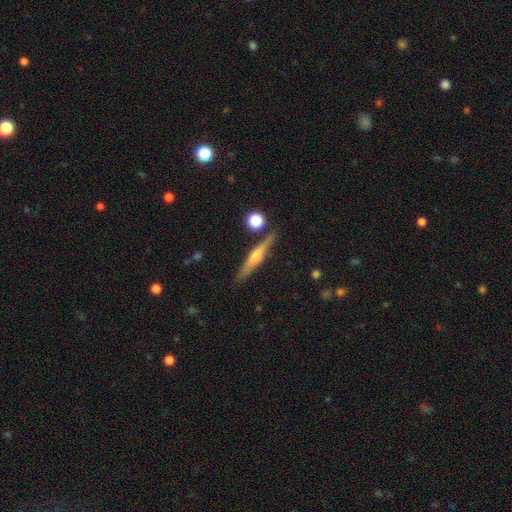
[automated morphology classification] Overall: featured or disk (67%). Edge-on disk: yes (97%). Edge-on bulge: rounded (82%). Merging: none (86%).